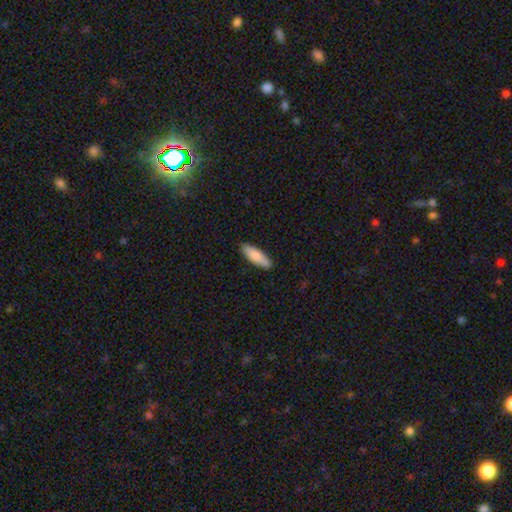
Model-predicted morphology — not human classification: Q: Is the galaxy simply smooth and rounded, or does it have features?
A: smooth — 82%.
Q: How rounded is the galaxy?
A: cigar-shaped — 50%.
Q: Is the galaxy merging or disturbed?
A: none — 88%.